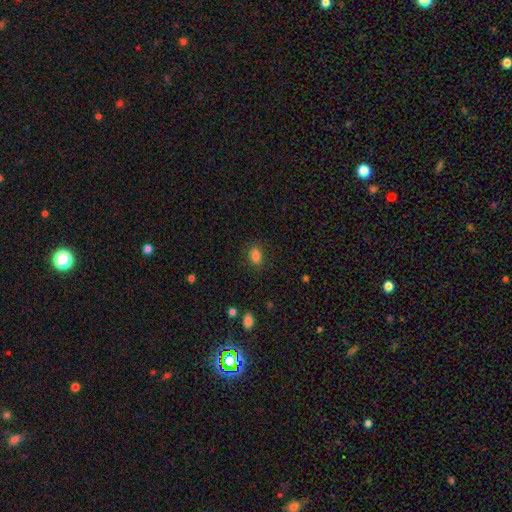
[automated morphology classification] smooth 83%, star or artifact 10%, featured or disk 7%. Down the decision tree: how rounded — in between (76%); merging — none (84%).